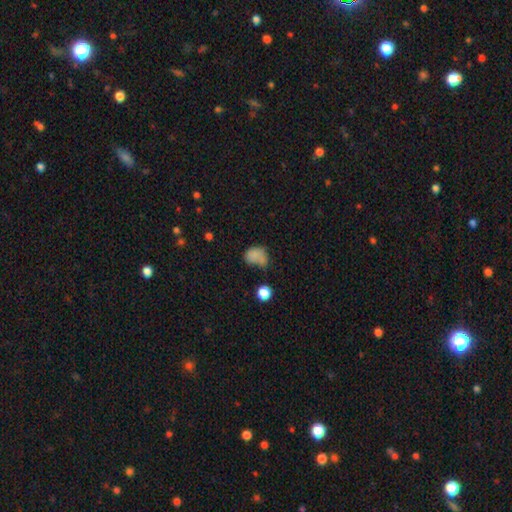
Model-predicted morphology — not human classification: Smooth or featured?
  - smooth: 77% *
  - star or artifact: 13%
  - featured or disk: 9%
How rounded?
  - in between: 64% *
  - round: 35%
  - cigar-shaped: 1%
Merging?
  - none: 37% *
  - minor disturbance: 29%
  - major disturbance: 19%
  - merger: 15%